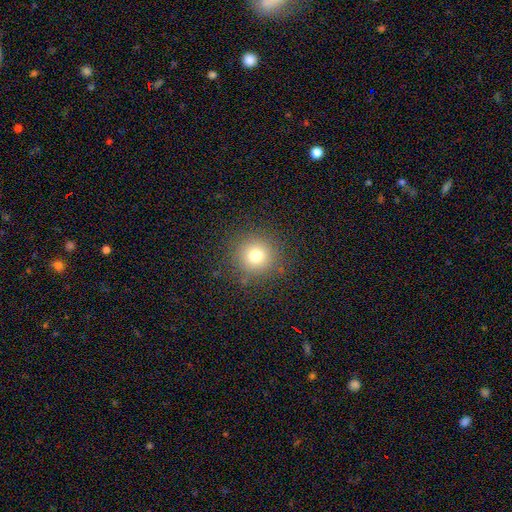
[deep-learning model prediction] A smooth galaxy with no disk features (74%) that is round (94%). Merging: none (87%).